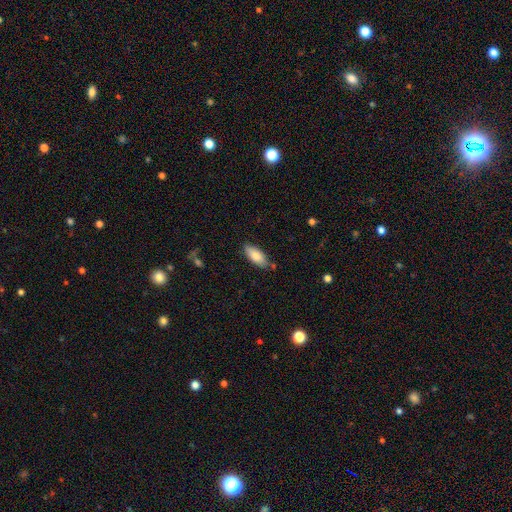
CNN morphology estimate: Q: Smooth or featured?
A: smooth (82%); runner-up: featured or disk (11%)
Q: How rounded?
A: in between (82%); runner-up: cigar-shaped (16%)
Q: Merging?
A: none (79%); runner-up: minor disturbance (15%)